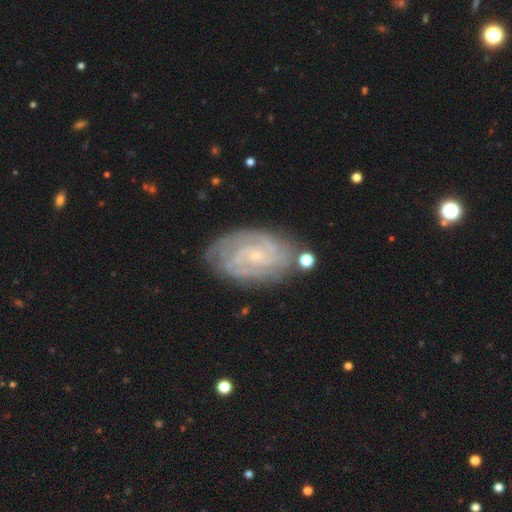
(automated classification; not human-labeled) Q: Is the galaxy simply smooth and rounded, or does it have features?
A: featured or disk — 85%.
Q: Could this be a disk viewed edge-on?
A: no — 97%.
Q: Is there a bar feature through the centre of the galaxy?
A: no — 66%.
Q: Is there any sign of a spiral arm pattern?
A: yes — 96%.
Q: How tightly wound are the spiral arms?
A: tight — 71%.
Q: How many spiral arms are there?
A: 2 — 28%, tied with can't tell.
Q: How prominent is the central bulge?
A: small — 81%.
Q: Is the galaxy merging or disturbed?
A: none — 76%.